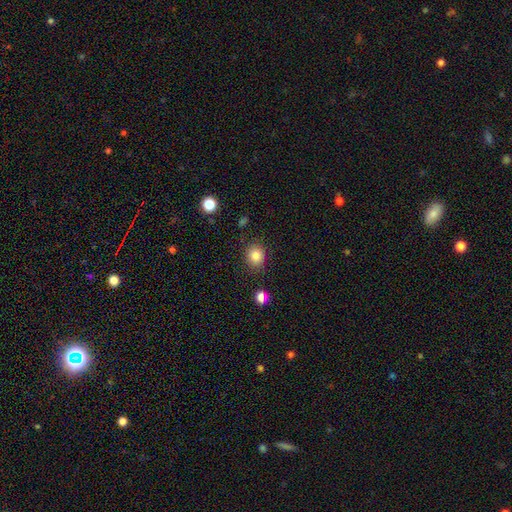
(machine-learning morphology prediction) This is clearly a smooth galaxy (84%). How rounded: likely round (80%). Merging: clearly none (85%).